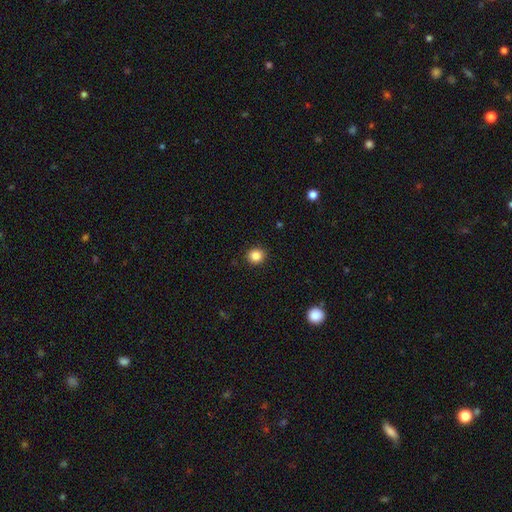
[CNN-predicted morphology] Q: Smooth or featured?
A: smooth (86%); runner-up: star or artifact (10%)
Q: How rounded?
A: round (87%); runner-up: in between (12%)
Q: Merging?
A: none (92%); runner-up: minor disturbance (6%)